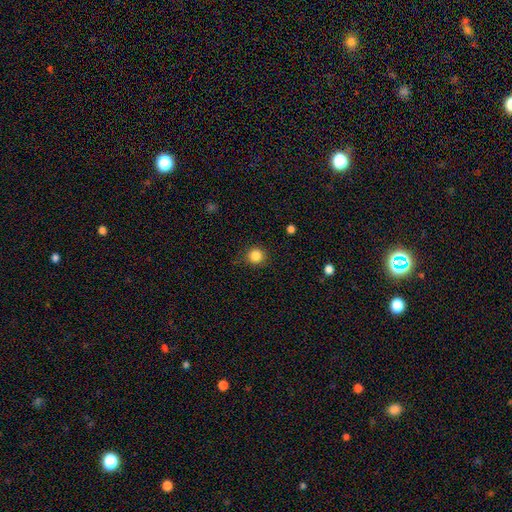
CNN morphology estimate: Smooth or featured: smooth — 85% (star or artifact — 11%)
How rounded: round — 93% (in between — 6%)
Merging: none — 87% (minor disturbance — 9%)